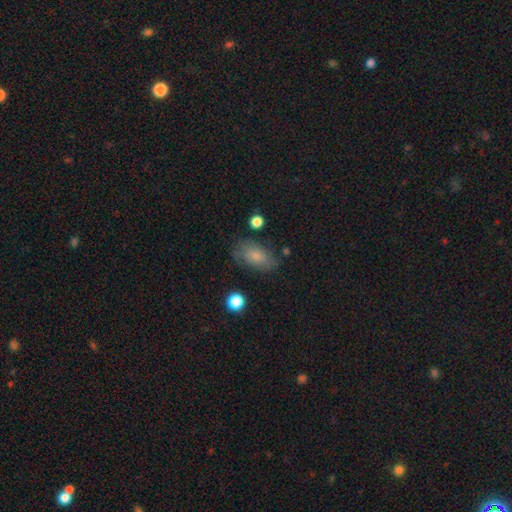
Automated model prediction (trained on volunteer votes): Smooth or featured: smooth — 71% (featured or disk — 20%)
How rounded: in between — 90% (round — 6%)
Merging: none — 70% (minor disturbance — 21%)